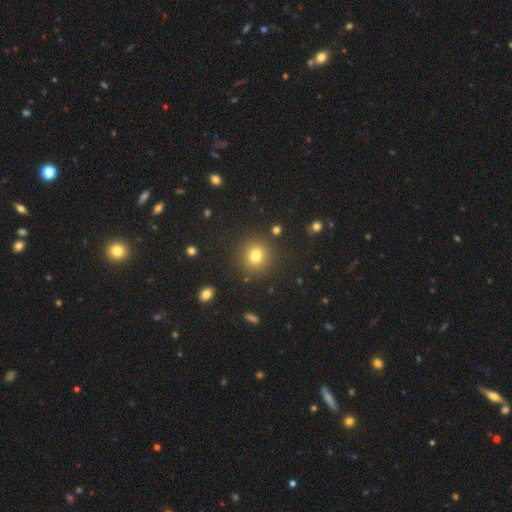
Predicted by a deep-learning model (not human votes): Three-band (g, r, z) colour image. It shows a smooth galaxy with no disk features (76%) that is round (88%). Merging: none (88%).